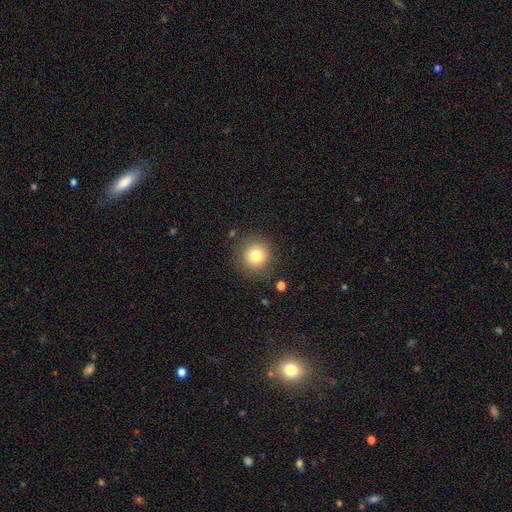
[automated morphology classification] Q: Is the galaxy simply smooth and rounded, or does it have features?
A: smooth — 79%.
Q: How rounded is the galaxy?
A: round — 93%.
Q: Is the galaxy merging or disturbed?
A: none — 86%.